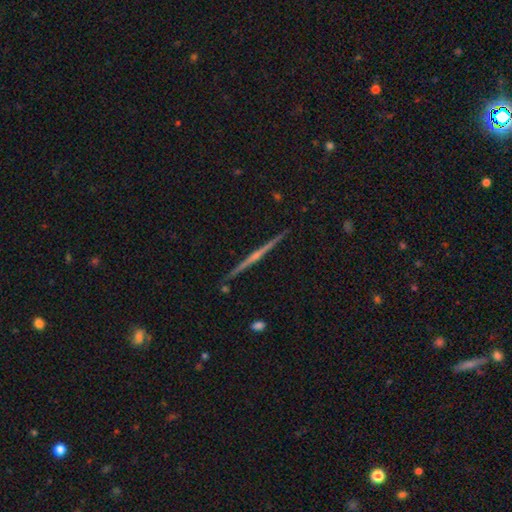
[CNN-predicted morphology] A featured or disk galaxy (74%) viewed edge-on (97%) with a rounded central bulge (64%). Merging: none (90%).